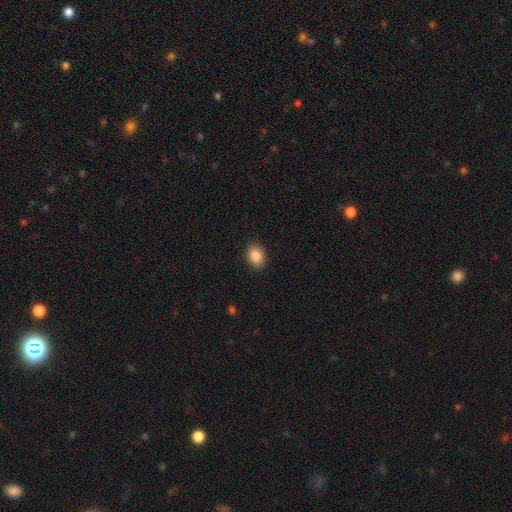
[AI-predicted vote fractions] smooth_or_featured: smooth (p=0.88) [alt: star or artifact p=0.08]
how_rounded: in between (p=0.72) [alt: round p=0.27]
merging: none (p=0.89) [alt: minor disturbance p=0.08]